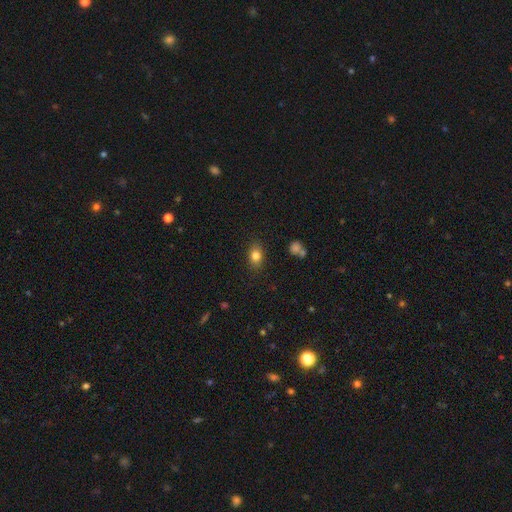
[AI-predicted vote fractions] smooth_or_featured: smooth (p=0.81) [alt: star or artifact p=0.10]
how_rounded: in between (p=0.75) [alt: round p=0.23]
merging: none (p=0.85) [alt: minor disturbance p=0.11]